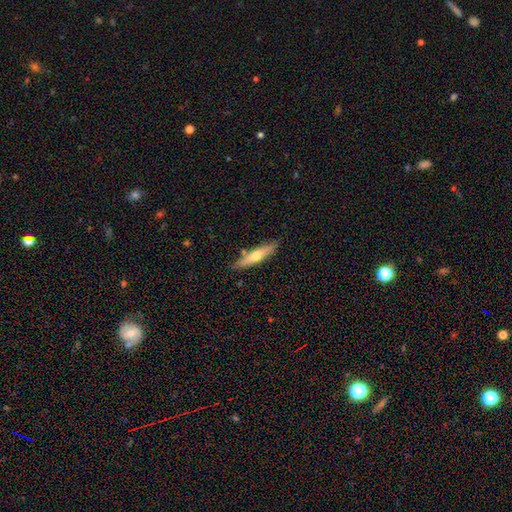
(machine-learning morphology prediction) Smooth or featured? smooth (51%)
How rounded? cigar-shaped (80%)
Merging? none (81%)